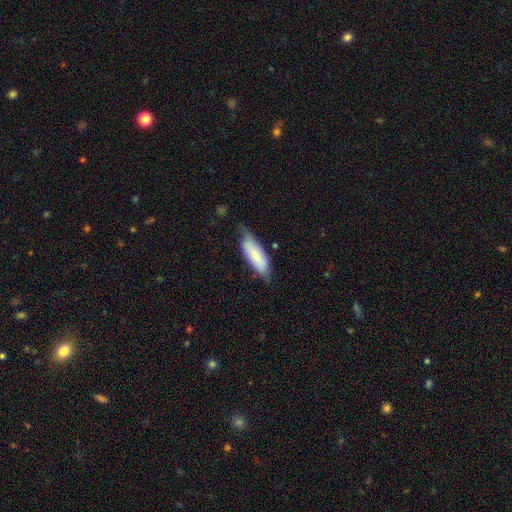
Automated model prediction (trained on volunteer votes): The model was most divided on "merging": none: 57%, minor disturbance: 33%, major disturbance: 8%, merger: 2%. More confident: smooth or featured — smooth (73%); how rounded — in between (65%).